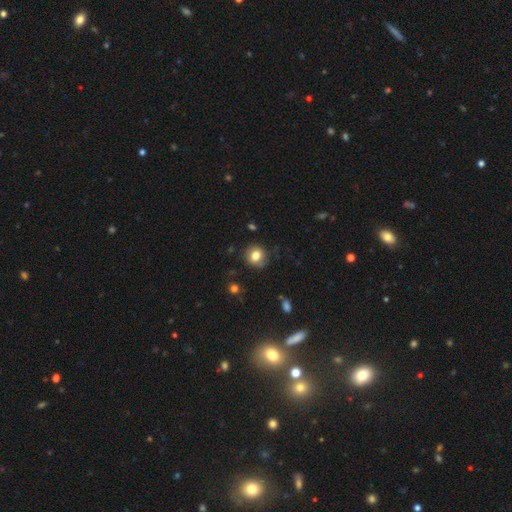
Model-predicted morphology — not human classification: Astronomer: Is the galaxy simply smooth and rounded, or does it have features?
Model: smooth — 80%.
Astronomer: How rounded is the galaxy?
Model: round — 87%.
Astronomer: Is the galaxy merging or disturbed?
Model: none — 84%.